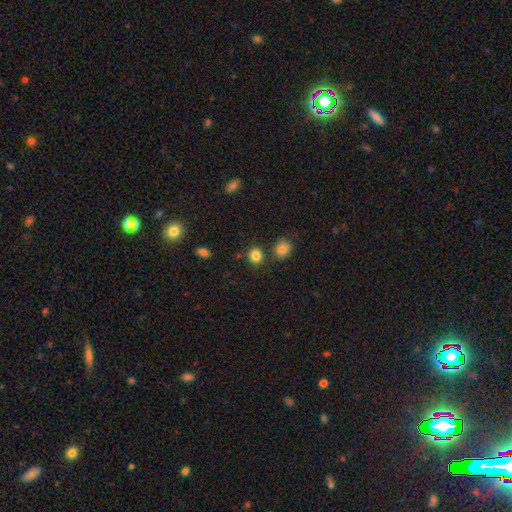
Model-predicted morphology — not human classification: Smooth or featured: smooth — 84% (star or artifact — 11%)
How rounded: round — 76% (in between — 23%)
Merging: none — 80% (merger — 9%)